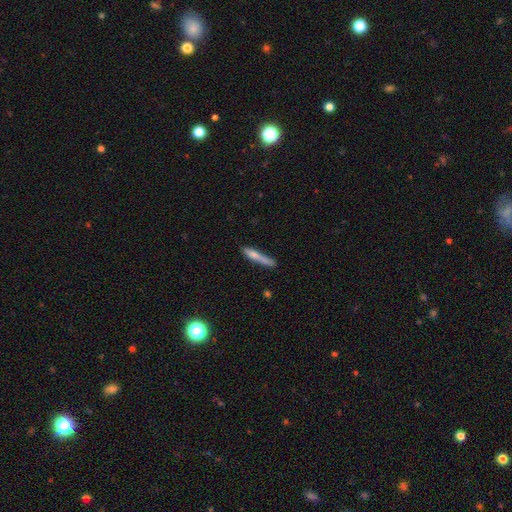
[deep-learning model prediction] A smooth galaxy with no disk features (70%) that is cigar-shaped (91%).

Vote fractions:
- Smooth or featured? smooth: 70% / featured or disk: 23% / star or artifact: 7%
- How rounded? cigar-shaped: 91% / in between: 7% / round: 2%
- Merging? none: 57% / minor disturbance: 23% / merger: 11% / major disturbance: 8%